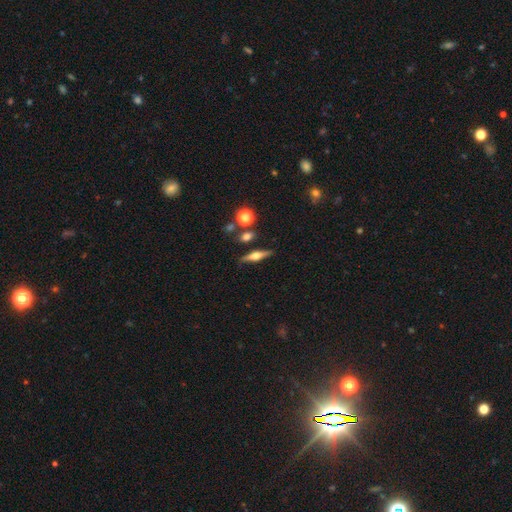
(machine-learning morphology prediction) Overall: featured or disk (64%; smooth 28%). Edge-on disk: yes (95%). Edge-on bulge: rounded (92%). Merging: none (83%).